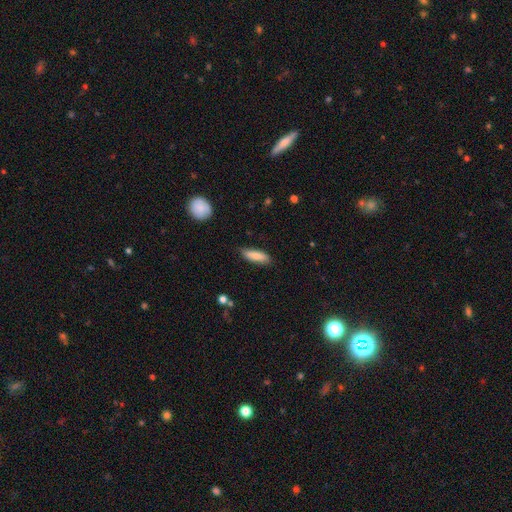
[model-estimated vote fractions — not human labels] A smooth galaxy with no disk features (80%) that is cigar-shaped (51%).

Vote fractions:
- Smooth or featured? smooth: 80% / featured or disk: 13% / star or artifact: 6%
- How rounded? cigar-shaped: 51% / in between: 48% / round: 2%
- Merging? none: 82% / minor disturbance: 14% / major disturbance: 2% / merger: 1%